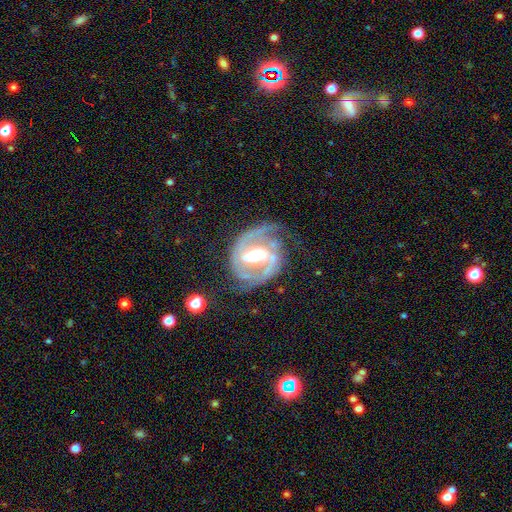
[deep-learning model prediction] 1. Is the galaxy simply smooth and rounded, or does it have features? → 91% featured or disk, 5% star or artifact, 4% smooth.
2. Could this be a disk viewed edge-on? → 98% no, 2% yes.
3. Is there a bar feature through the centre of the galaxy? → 42% strong, 40% weak, 18% no.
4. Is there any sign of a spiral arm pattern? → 97% yes, 3% no.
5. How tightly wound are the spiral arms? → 53% medium, 35% tight, 11% loose.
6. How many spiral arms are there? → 89% 2, 3% can't tell, 3% 3, 3% 1, 1% 4, 1% more than 4.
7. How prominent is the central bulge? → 64% moderate, 22% large, 11% small, 2% dominant, 2% none.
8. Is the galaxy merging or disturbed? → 68% none, 19% minor disturbance, 11% major disturbance, 2% merger.